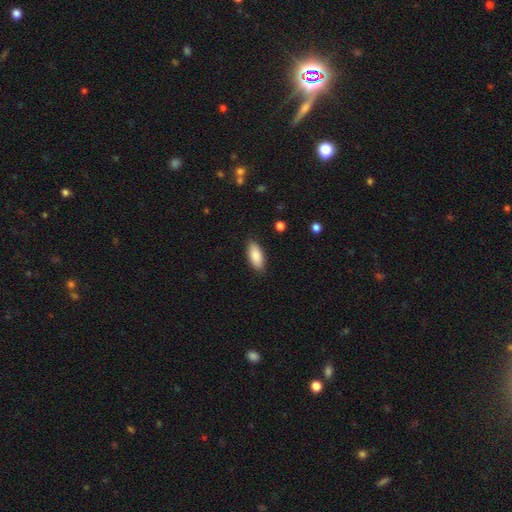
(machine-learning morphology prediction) smooth_or_featured: smooth (p=0.87) [alt: featured or disk p=0.07]
how_rounded: in between (p=0.85) [alt: cigar-shaped p=0.13]
merging: none (p=0.86) [alt: minor disturbance p=0.10]